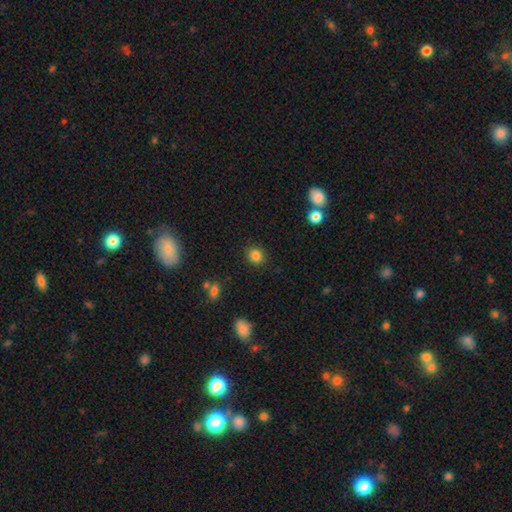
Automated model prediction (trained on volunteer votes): This is clearly a smooth galaxy (84%). How rounded: clearly round (84%). Merging: clearly none (89%).